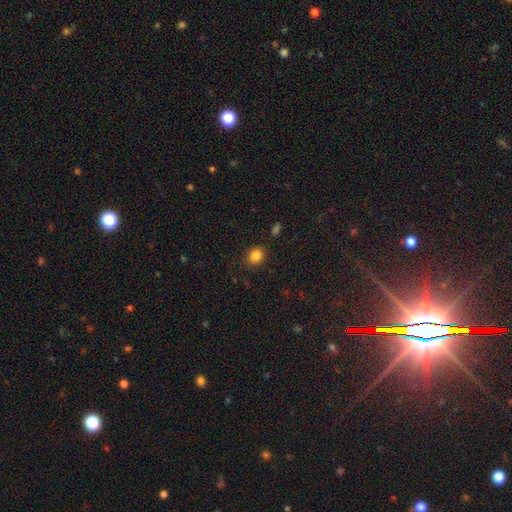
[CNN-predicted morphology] smooth_or_featured: smooth (p=0.84) [alt: star or artifact p=0.11]
how_rounded: round (p=0.52) [alt: in between p=0.47]
merging: none (p=0.84) [alt: minor disturbance p=0.11]